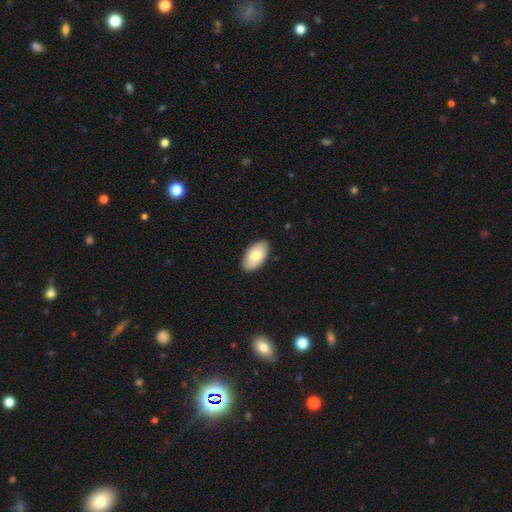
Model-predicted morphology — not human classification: A smooth galaxy with no disk features (80%) that is in between round and cigar-shaped (96%). Merging: none (88%).